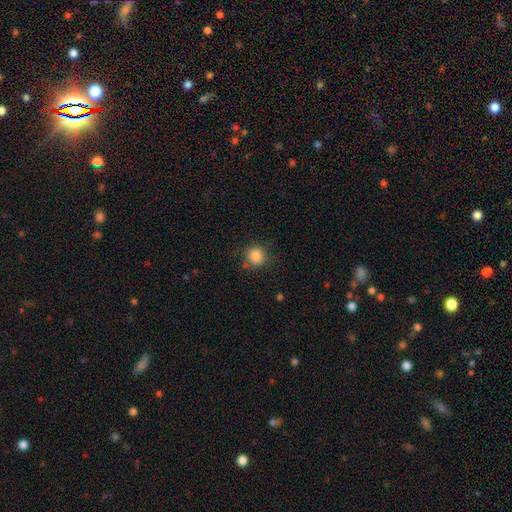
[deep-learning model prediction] The model was most divided on "merging": none: 81%, minor disturbance: 13%, major disturbance: 4%, merger: 3%. More confident: how rounded — round (89%); smooth or featured — smooth (85%).